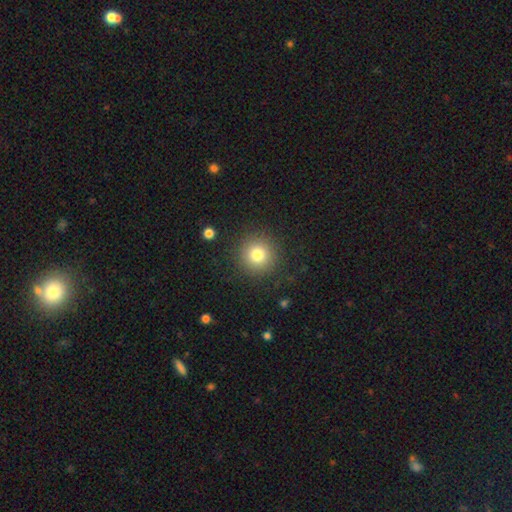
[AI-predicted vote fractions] Smooth or featured: smooth — 64% (star or artifact — 29%)
How rounded: round — 95% (in between — 4%)
Merging: none — 91% (minor disturbance — 5%)